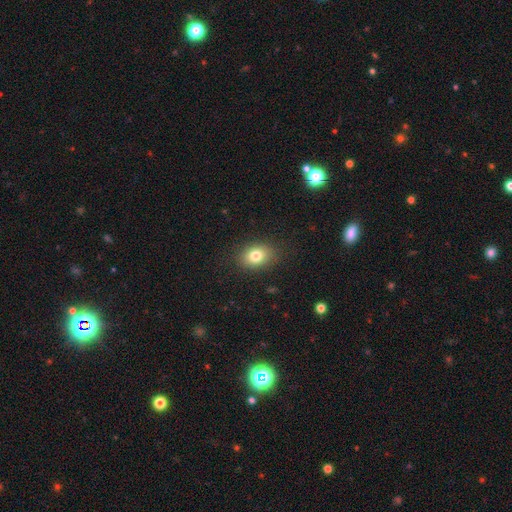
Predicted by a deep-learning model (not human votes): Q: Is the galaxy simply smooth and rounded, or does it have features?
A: smooth — 80%.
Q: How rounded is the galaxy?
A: in between — 66%.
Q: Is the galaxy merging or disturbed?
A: none — 86%.